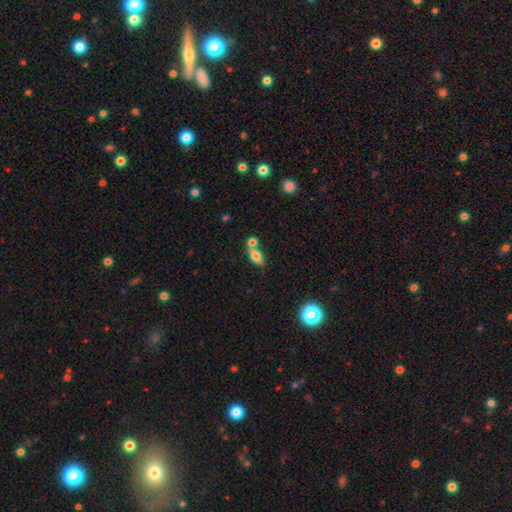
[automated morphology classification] A smooth galaxy with no disk features (73%) that is in between round and cigar-shaped (79%).

Vote fractions:
- Smooth or featured? smooth: 73% / featured or disk: 19% / star or artifact: 9%
- How rounded? in between: 79% / cigar-shaped: 14% / round: 7%
- Merging? none: 47% / merger: 38% / minor disturbance: 11% / major disturbance: 4%